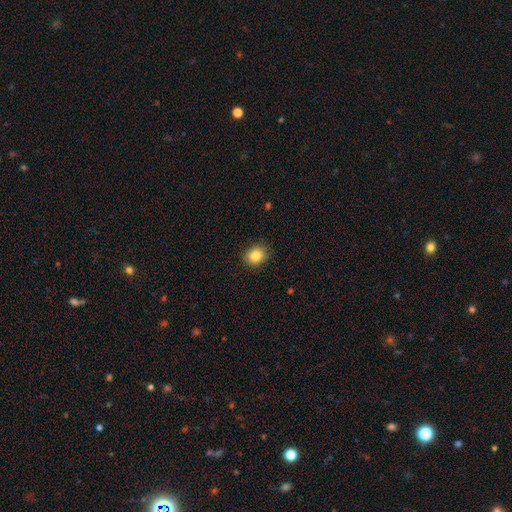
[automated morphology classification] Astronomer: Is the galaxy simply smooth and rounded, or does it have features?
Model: smooth — 84%.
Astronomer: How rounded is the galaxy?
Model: round — 67%.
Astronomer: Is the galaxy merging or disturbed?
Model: none — 88%.